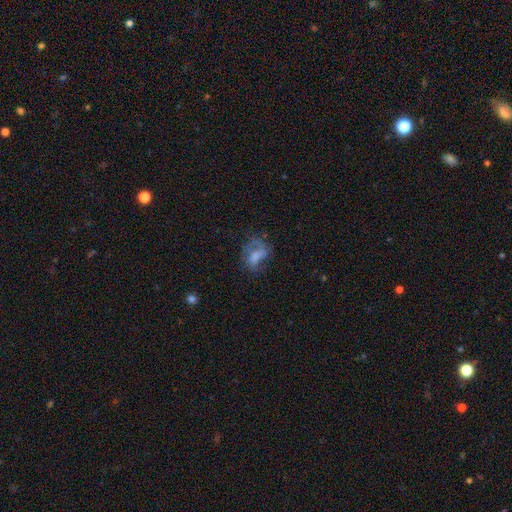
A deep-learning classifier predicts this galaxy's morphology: smooth-or-featured: featured or disk: 46% | smooth: 42% | star or artifact: 12%
  merging: none: 39% | major disturbance: 34% | minor disturbance: 23% | merger: 4%